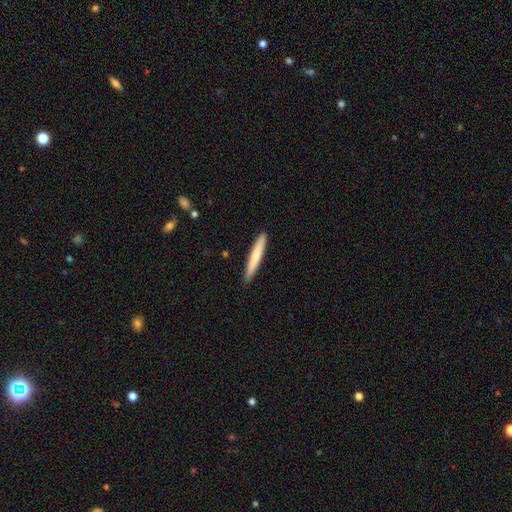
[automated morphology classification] Smooth or featured: smooth — 72% (featured or disk — 23%)
How rounded: cigar-shaped — 95% (in between — 4%)
Merging: none — 91% (minor disturbance — 7%)